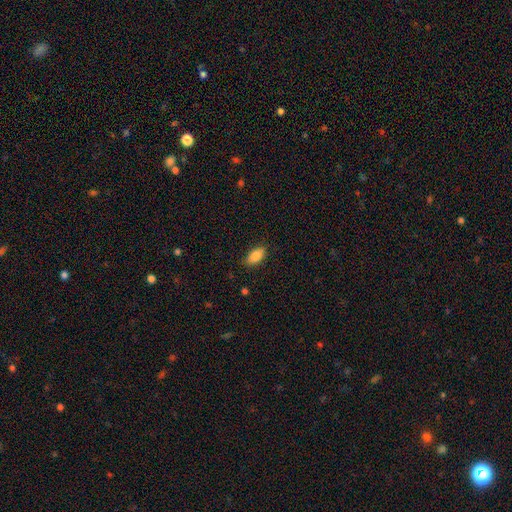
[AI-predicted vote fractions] Smooth or featured? Predicted: smooth (p=0.88). How rounded? Predicted: in between (p=0.91). Merging? Predicted: none (p=0.84).